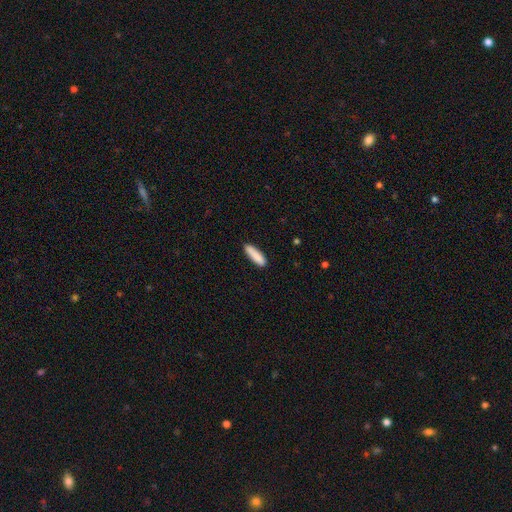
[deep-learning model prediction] The model was most divided on "how rounded": cigar-shaped: 69%, in between: 29%, round: 1%. More confident: smooth or featured — smooth (88%); merging — none (87%).